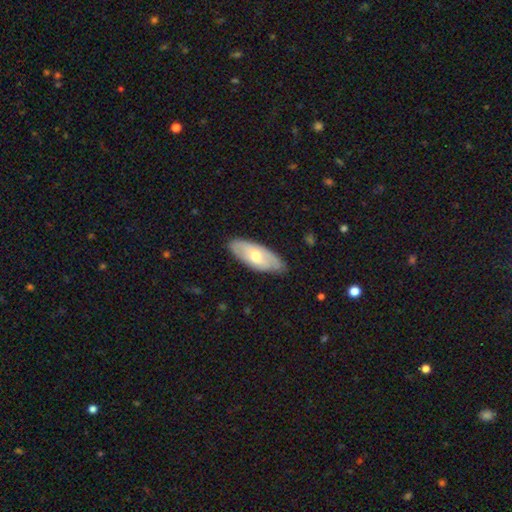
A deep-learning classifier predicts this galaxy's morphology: The model was most divided on "smooth or featured": smooth: 51%, featured or disk: 44%, star or artifact: 5%. More confident: how rounded — in between (83%); merging — none (81%).